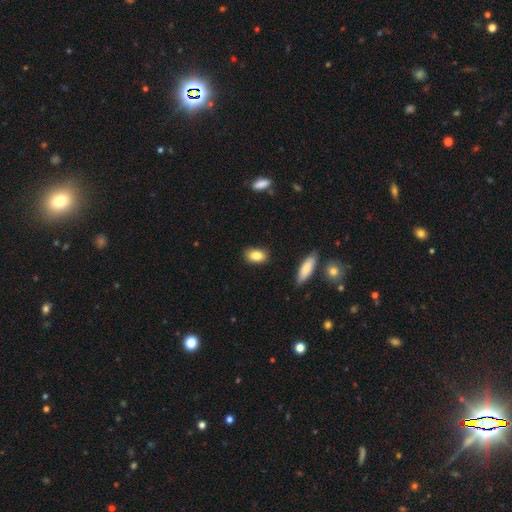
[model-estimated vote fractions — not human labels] This appears to be a smooth galaxy with no disk features (85%) that is in between round and cigar-shaped (87%). Merging: none (87%).